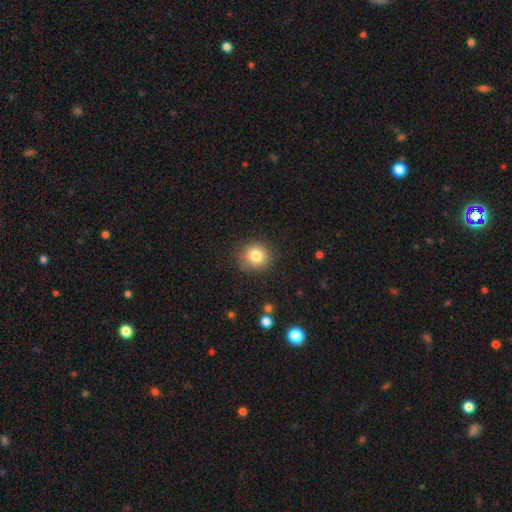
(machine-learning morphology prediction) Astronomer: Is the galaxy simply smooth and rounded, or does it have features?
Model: smooth — 82%.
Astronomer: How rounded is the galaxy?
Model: round — 84%.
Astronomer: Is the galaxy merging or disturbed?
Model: none — 86%.